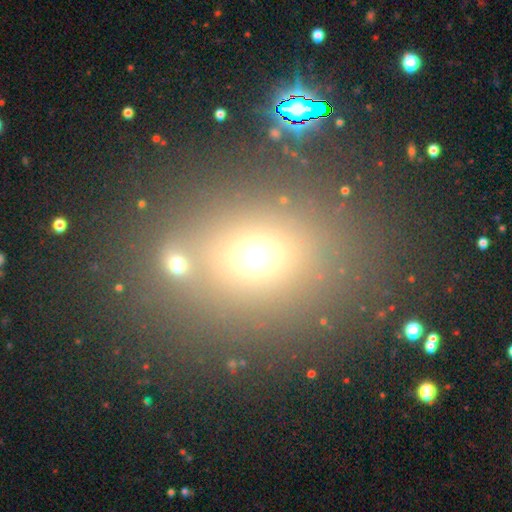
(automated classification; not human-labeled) smooth-or-featured: smooth: 64% | star or artifact: 25% | featured or disk: 11%
  how-rounded: round: 64% | in between: 34% | cigar-shaped: 2%
  merging: none: 54% | merger: 31% | minor disturbance: 9% | major disturbance: 6%